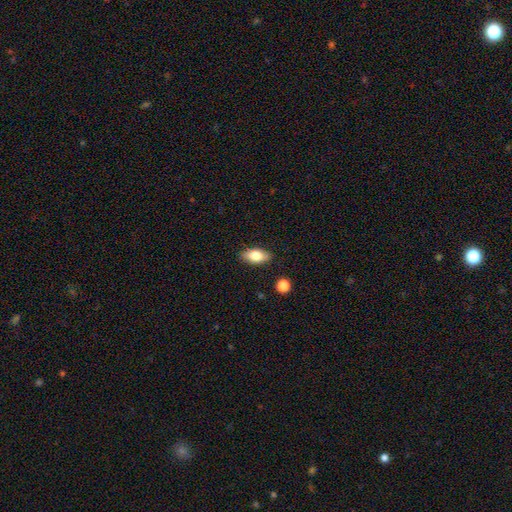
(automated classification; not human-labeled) smooth_or_featured: smooth (p=0.76) [alt: featured or disk p=0.17]
how_rounded: in between (p=0.87) [alt: cigar-shaped p=0.09]
merging: none (p=0.86) [alt: minor disturbance p=0.10]